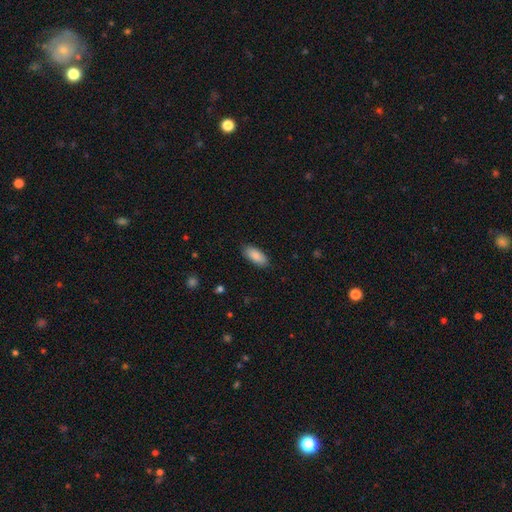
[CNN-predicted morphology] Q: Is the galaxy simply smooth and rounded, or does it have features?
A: smooth — 88%.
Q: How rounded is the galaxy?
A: in between — 87%.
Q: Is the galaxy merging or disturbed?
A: none — 85%.